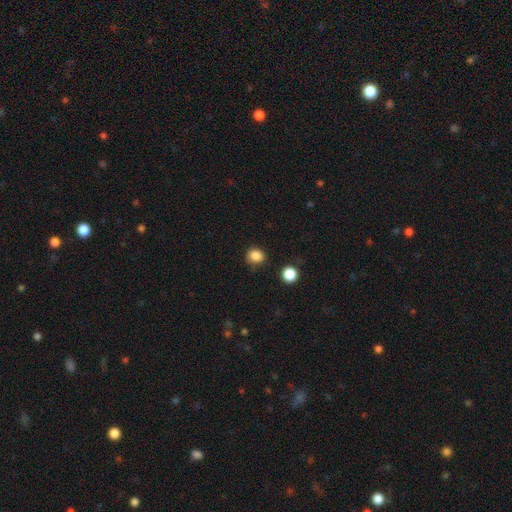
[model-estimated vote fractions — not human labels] Morphology: type=smooth (85%); roundness=round (77%); merging=none (80%).